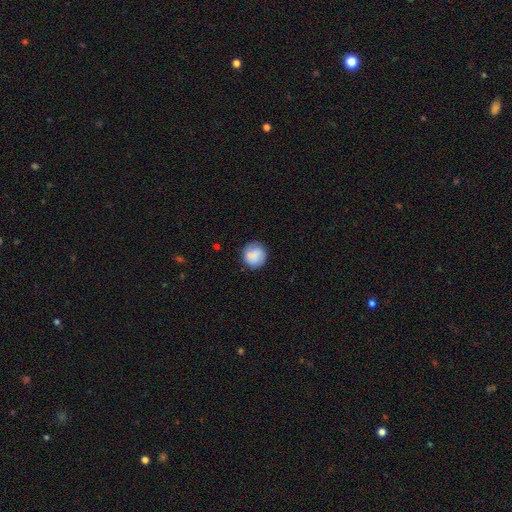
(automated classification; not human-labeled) Q: Smooth or featured?
A: smooth (79%); runner-up: featured or disk (13%)
Q: How rounded?
A: round (88%); runner-up: in between (11%)
Q: Merging?
A: none (79%); runner-up: minor disturbance (15%)